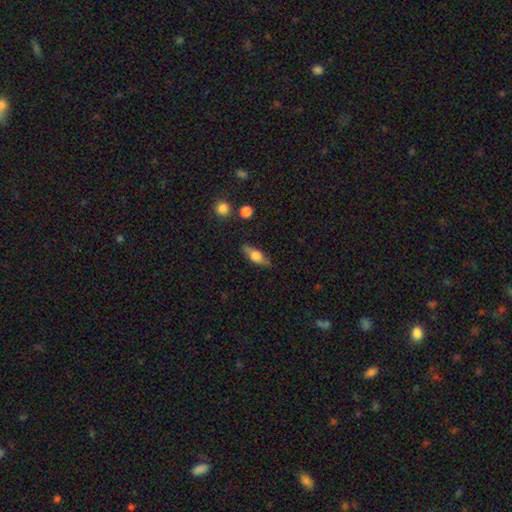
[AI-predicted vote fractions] This is possibly a smooth galaxy (59%). How rounded: likely in between (63%). Merging: likely none (79%).